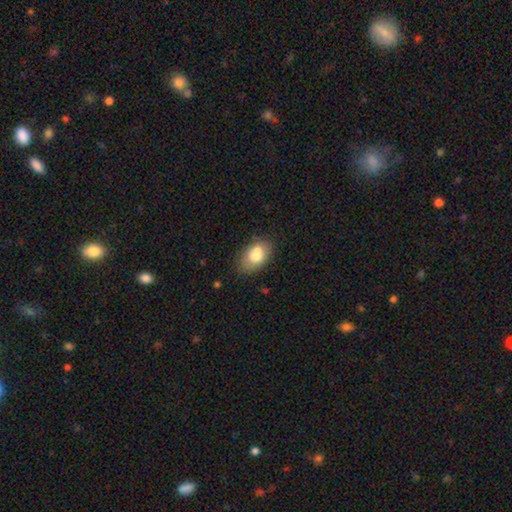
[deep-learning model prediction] Smooth or featured?
  - smooth: 72% *
  - featured or disk: 20%
  - star or artifact: 8%
How rounded?
  - in between: 85% *
  - round: 13%
  - cigar-shaped: 2%
Merging?
  - none: 54% *
  - merger: 22%
  - minor disturbance: 18%
  - major disturbance: 5%